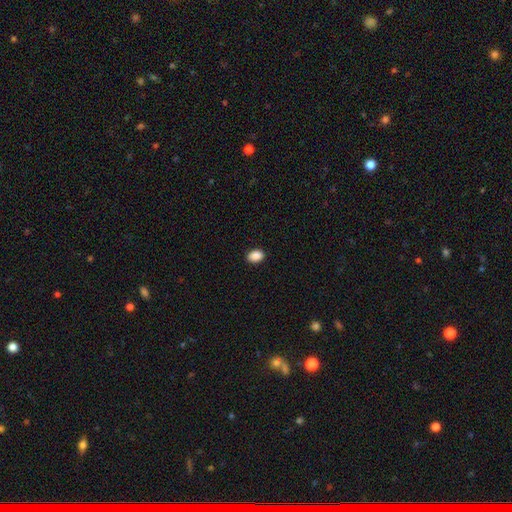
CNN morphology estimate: smooth 89%, star or artifact 8%, featured or disk 3%. Down the decision tree: how rounded — in between (80%); merging — none (90%).